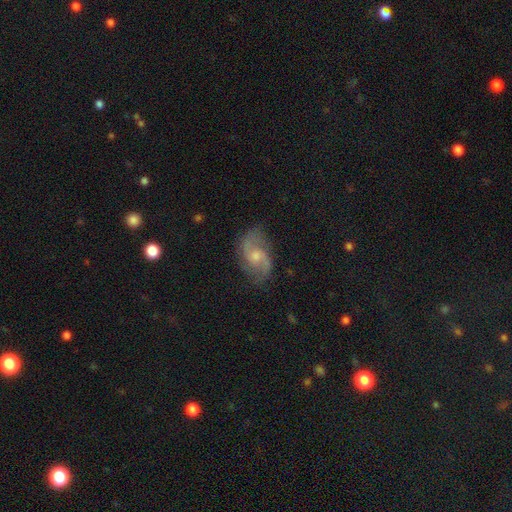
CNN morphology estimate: Smooth or featured? Predicted: featured or disk (p=0.81). Edge-on disk? Predicted: no (p=0.97). Bar? Predicted: no (p=0.53). Spiral arms? Predicted: yes (p=0.96). Spiral winding? Predicted: medium (p=0.47). Spiral arm count? Predicted: 2 (p=0.88). Bulge size? Predicted: moderate (p=0.47). Merging? Predicted: none (p=0.76).